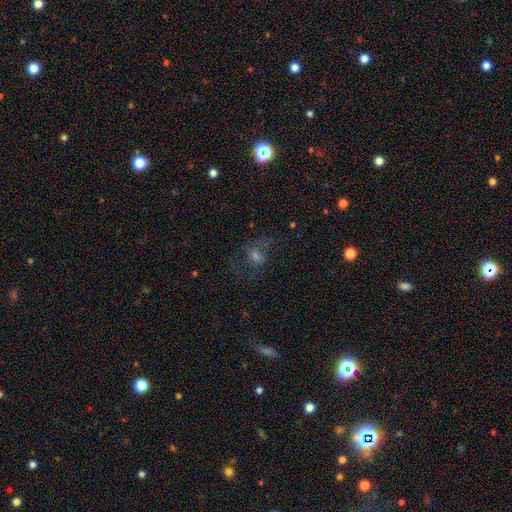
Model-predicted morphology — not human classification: Smooth or featured? featured or disk (38%)
Merging? none (53%)